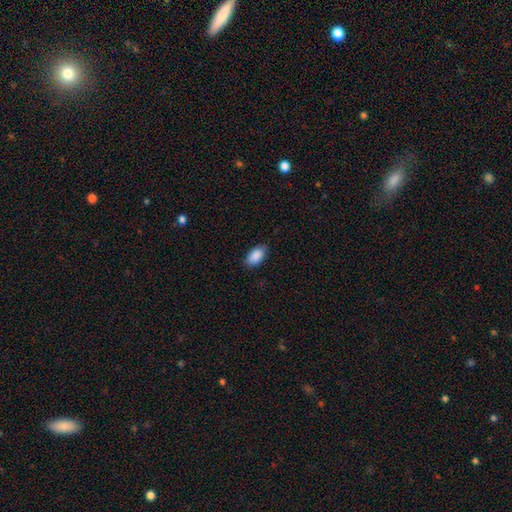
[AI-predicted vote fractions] Smooth or featured?
  - smooth: 90% *
  - star or artifact: 7%
  - featured or disk: 4%
How rounded?
  - in between: 94% *
  - round: 4%
  - cigar-shaped: 2%
Merging?
  - none: 83% *
  - minor disturbance: 14%
  - major disturbance: 3%
  - merger: 1%